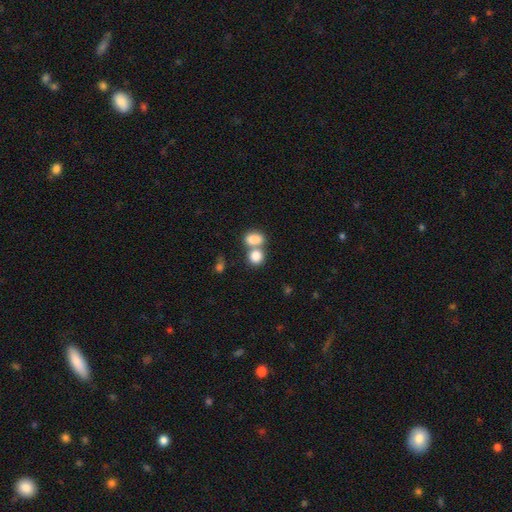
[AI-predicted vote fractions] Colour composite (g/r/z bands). It shows a smooth galaxy with no disk features (82%) that is round (55%). Merging: merger (49%).